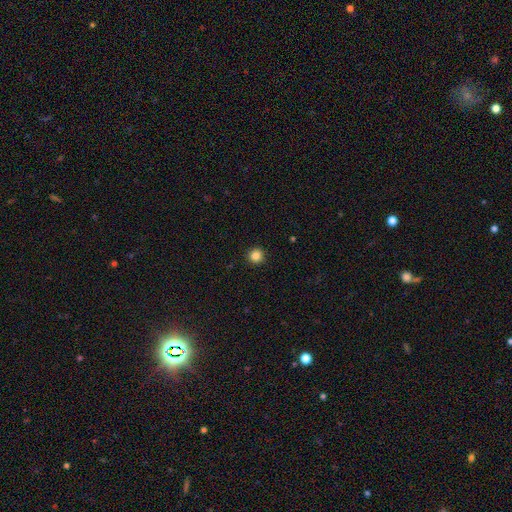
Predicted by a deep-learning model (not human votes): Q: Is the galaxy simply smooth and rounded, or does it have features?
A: smooth — 85%.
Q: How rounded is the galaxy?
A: round — 96%.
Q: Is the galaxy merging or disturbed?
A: none — 93%.